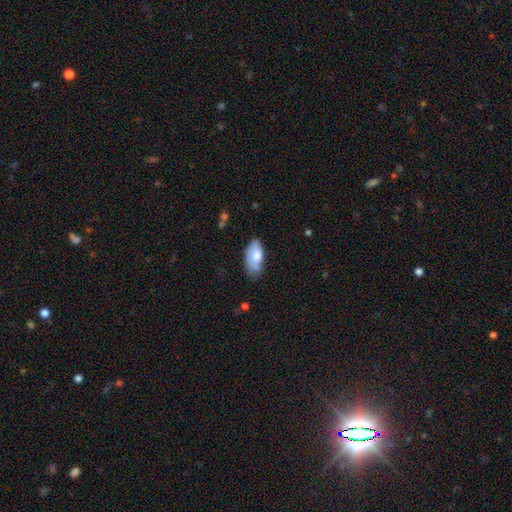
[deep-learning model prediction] This is likely a smooth galaxy (75%). How rounded: clearly in between (91%). Merging: possibly none (50%).